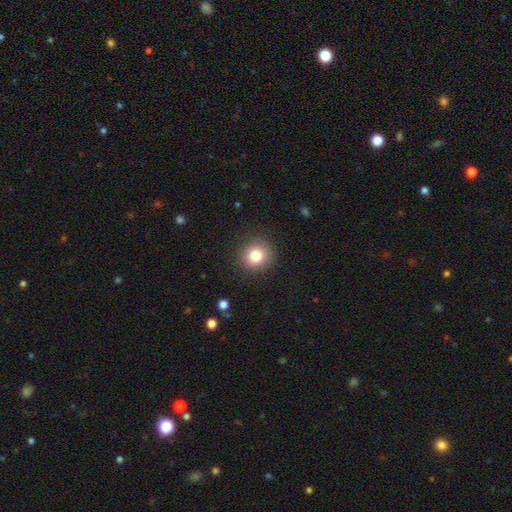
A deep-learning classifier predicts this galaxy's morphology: Smooth or featured: smooth — 81% (star or artifact — 11%)
How rounded: round — 90% (in between — 10%)
Merging: none — 90% (minor disturbance — 7%)